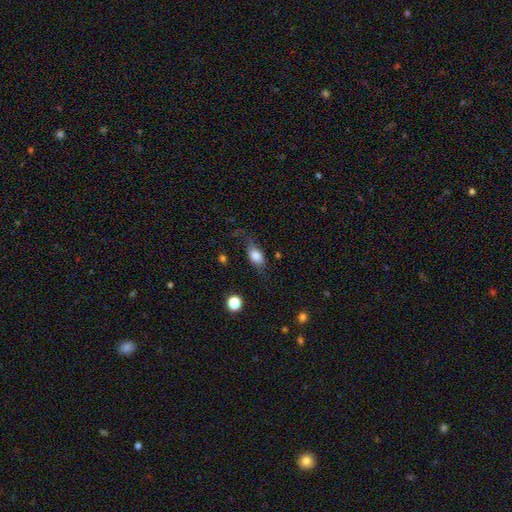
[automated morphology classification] Smooth or featured?
  - smooth: 72% *
  - featured or disk: 19%
  - star or artifact: 8%
How rounded?
  - in between: 81% *
  - round: 11%
  - cigar-shaped: 7%
Merging?
  - none: 56% *
  - minor disturbance: 28%
  - major disturbance: 14%
  - merger: 3%